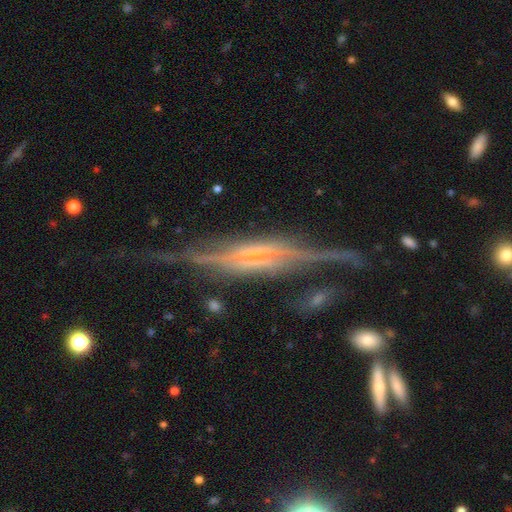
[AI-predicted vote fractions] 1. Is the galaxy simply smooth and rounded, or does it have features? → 86% featured or disk, 7% smooth, 6% star or artifact.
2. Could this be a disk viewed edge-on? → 92% yes, 8% no.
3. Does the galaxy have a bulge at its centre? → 43% rounded, 41% boxy, 16% none.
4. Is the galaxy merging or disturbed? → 62% none, 22% minor disturbance, 12% major disturbance, 4% merger.